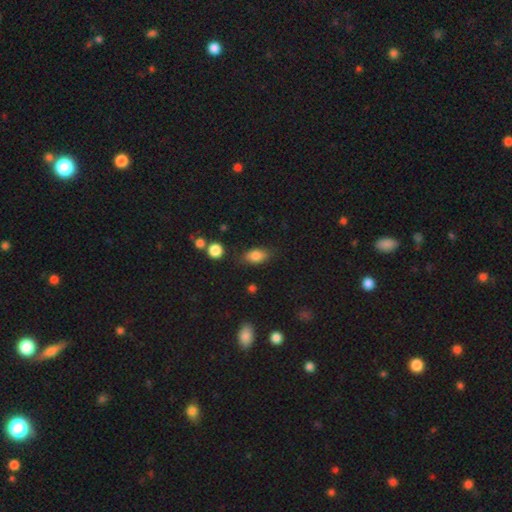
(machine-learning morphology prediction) smooth 81%, featured or disk 10%, star or artifact 9%. Down the decision tree: how rounded — in between (85%); merging — none (77%).